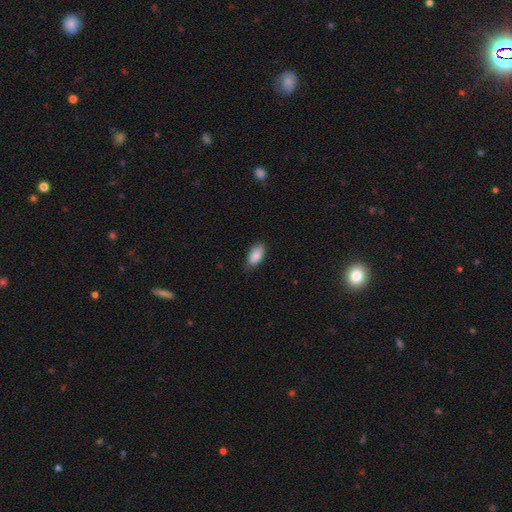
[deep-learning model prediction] A smooth galaxy with no disk features (89%) that is in between round and cigar-shaped (91%). Merging: none (76%).